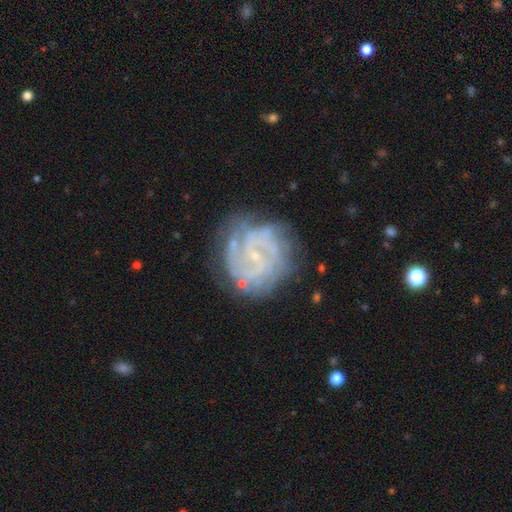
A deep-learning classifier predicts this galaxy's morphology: Smooth or featured: featured or disk — 84% (smooth — 9%)
Edge-on disk: no — 98% (yes — 2%)
Bar: no — 57% (weak — 35%)
Spiral arms: yes — 94% (no — 6%)
Spiral winding: tight — 62% (medium — 31%)
Spiral arm count: can't tell — 30% (2 — 26%)
Bulge size: small — 83% (moderate — 10%)
Merging: none — 73% (minor disturbance — 18%)